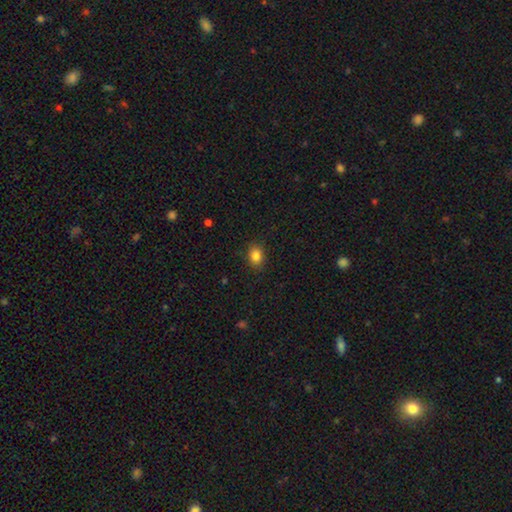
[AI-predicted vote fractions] Q: Smooth or featured?
A: smooth (85%); runner-up: star or artifact (11%)
Q: How rounded?
A: in between (55%); runner-up: round (44%)
Q: Merging?
A: none (87%); runner-up: minor disturbance (10%)